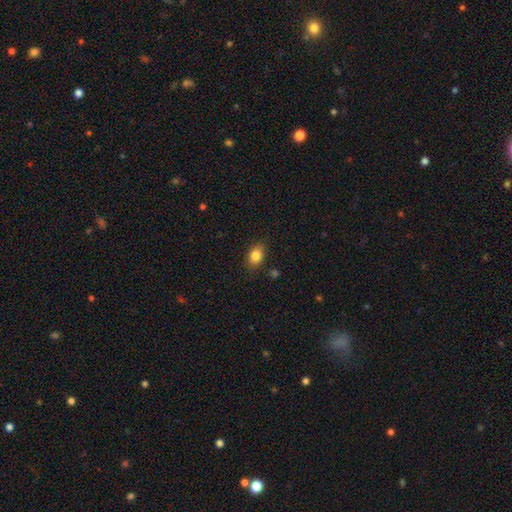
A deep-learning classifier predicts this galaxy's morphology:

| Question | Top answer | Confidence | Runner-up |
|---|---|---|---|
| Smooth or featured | smooth | 84% | star or artifact (9%) |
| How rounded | in between | 78% | round (21%) |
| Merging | none | 83% | minor disturbance (12%) |